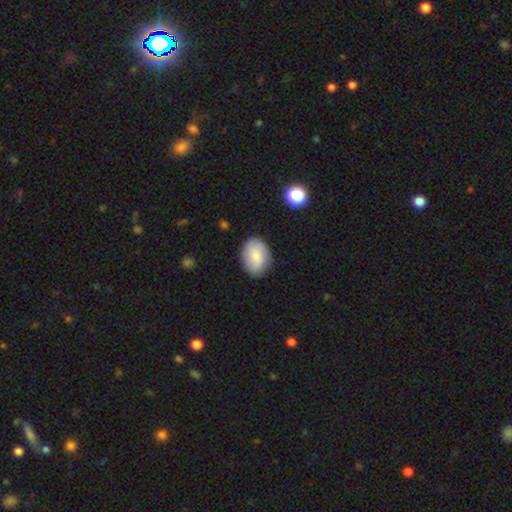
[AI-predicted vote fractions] This appears to be a smooth galaxy with no disk features (77%) that is in between round and cigar-shaped (76%). Merging: none (82%).